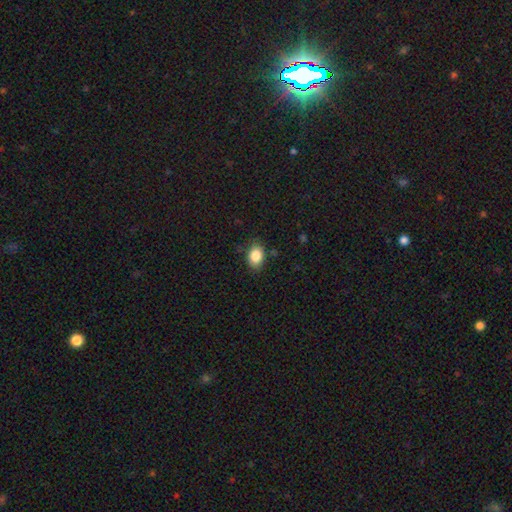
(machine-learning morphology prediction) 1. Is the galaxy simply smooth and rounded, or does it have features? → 86% smooth, 9% star or artifact, 5% featured or disk.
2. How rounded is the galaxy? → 67% in between, 32% round, 1% cigar-shaped.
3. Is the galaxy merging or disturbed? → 80% none, 15% minor disturbance, 3% major disturbance, 2% merger.